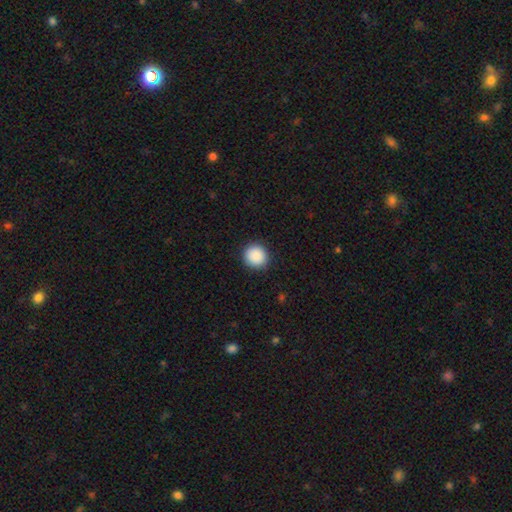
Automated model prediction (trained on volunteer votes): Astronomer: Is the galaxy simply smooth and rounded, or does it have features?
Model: smooth — 89%.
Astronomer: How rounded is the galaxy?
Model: round — 94%.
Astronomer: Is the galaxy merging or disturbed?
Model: none — 91%.